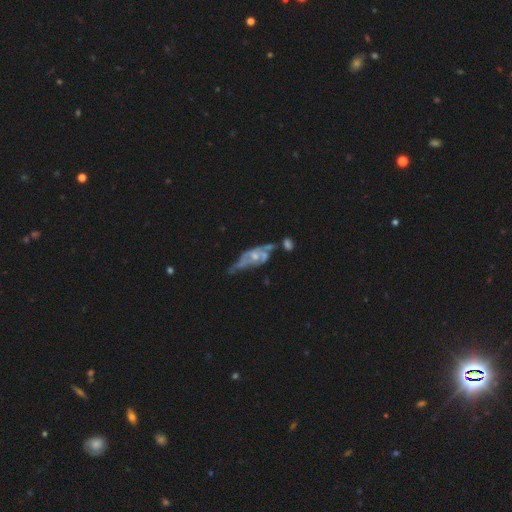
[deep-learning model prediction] A featured or disk galaxy (74%) with no bar (71%), spiral arms (57%) and a small central bulge (45%). Merging: none (26%, tied with merger).